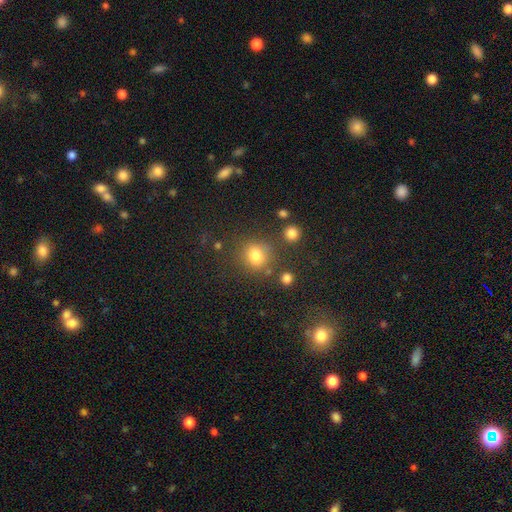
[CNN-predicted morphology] Smooth or featured? smooth (78%)
How rounded? round (69%)
Merging? none (72%)